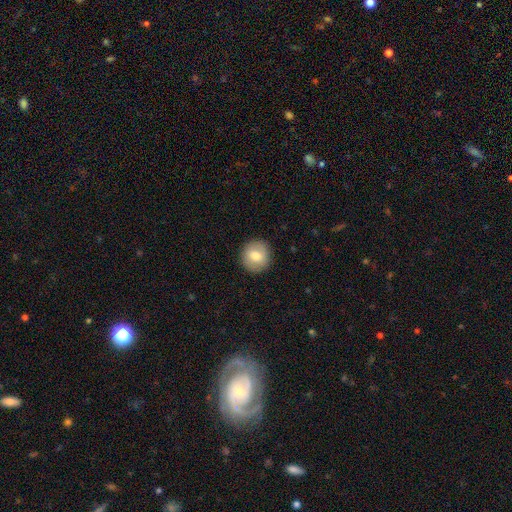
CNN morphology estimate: smooth_or_featured: smooth (p=0.74) [alt: featured or disk p=0.19]
how_rounded: round (p=0.91) [alt: in between p=0.09]
merging: none (p=0.90) [alt: minor disturbance p=0.07]